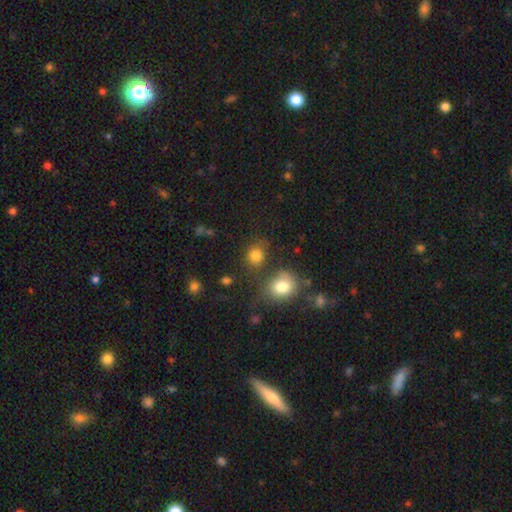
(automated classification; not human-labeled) Overall: smooth (80%). How rounded: round (75%). Merging: none (68%).